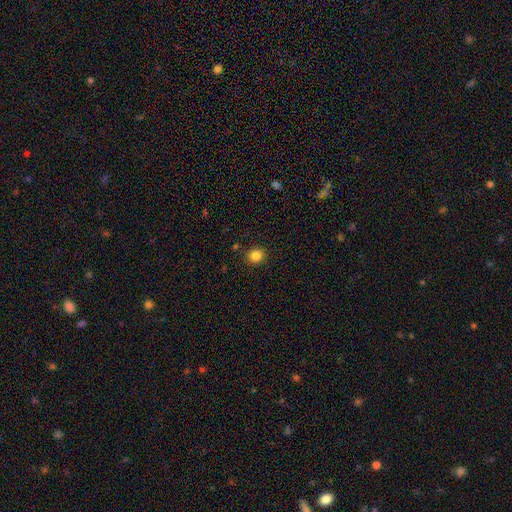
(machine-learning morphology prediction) type=smooth (84%); roundness=round (89%); merging=none (90%).